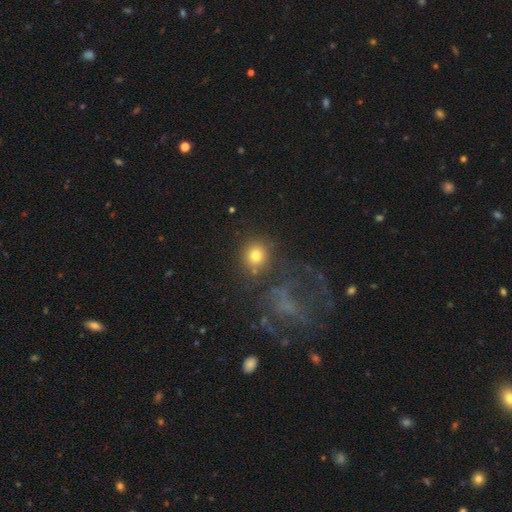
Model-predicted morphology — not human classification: type=smooth (76%); roundness=round (86%); merging=none (74%).